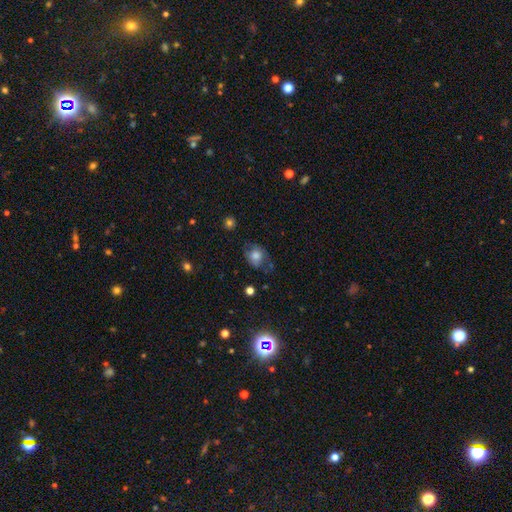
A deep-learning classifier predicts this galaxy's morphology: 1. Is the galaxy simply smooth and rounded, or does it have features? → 69% smooth, 20% featured or disk, 11% star or artifact.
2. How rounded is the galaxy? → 59% round, 40% in between, 1% cigar-shaped.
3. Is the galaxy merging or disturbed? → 59% none, 27% minor disturbance, 12% major disturbance, 3% merger.